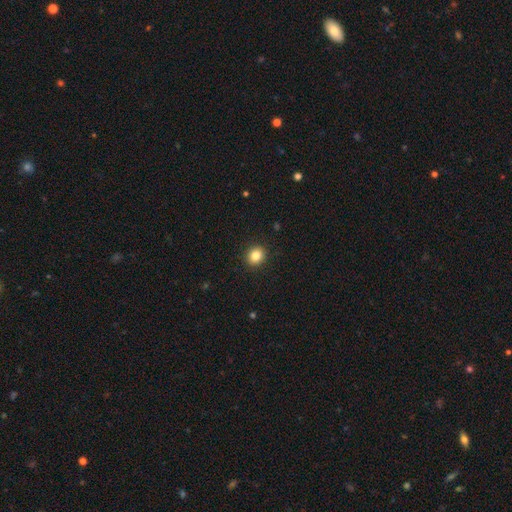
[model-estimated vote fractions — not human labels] Smooth or featured?
  - smooth: 84% *
  - star or artifact: 10%
  - featured or disk: 6%
How rounded?
  - round: 81% *
  - in between: 18%
  - cigar-shaped: 1%
Merging?
  - none: 92% *
  - minor disturbance: 5%
  - major disturbance: 2%
  - merger: 1%